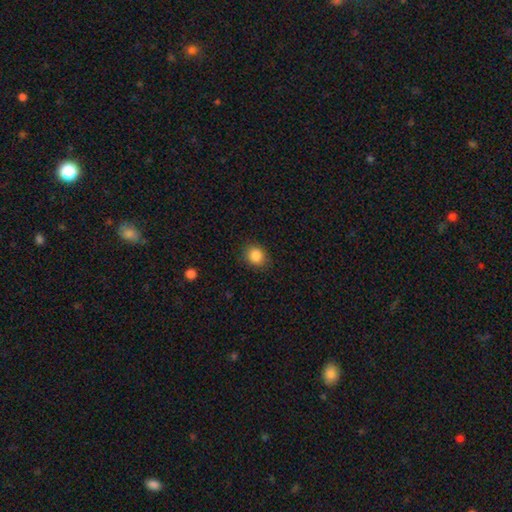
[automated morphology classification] A smooth galaxy with no disk features (86%) that is round (70%).

Vote fractions:
- Smooth or featured? smooth: 86% / star or artifact: 10% / featured or disk: 4%
- How rounded? round: 70% / in between: 29% / cigar-shaped: 1%
- Merging? none: 87% / minor disturbance: 9% / major disturbance: 3% / merger: 1%